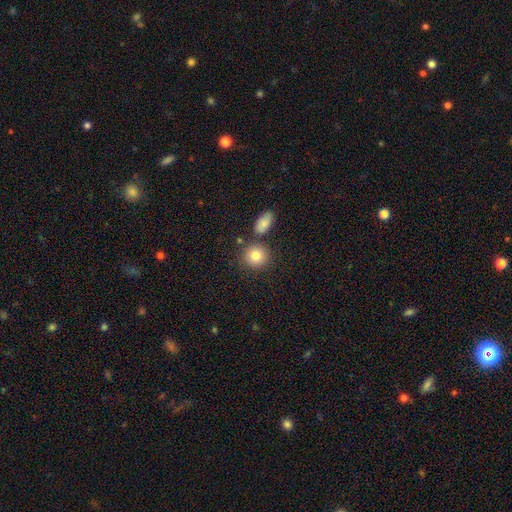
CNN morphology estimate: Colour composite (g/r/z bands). It shows a smooth galaxy with no disk features (82%) that is round (85%). Merging: none (77%).